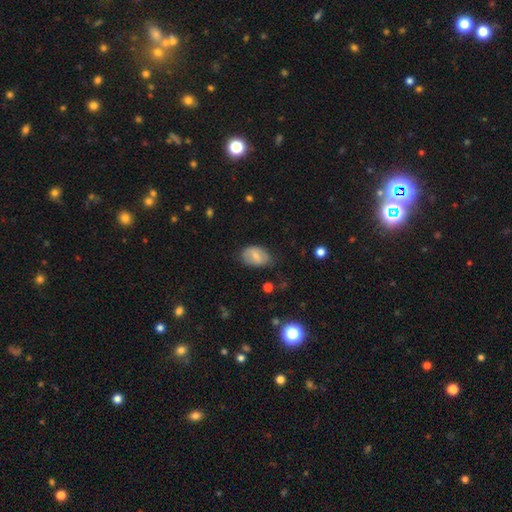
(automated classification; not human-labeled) smooth 62%, featured or disk 30%, star or artifact 8%. Down the decision tree: how rounded — in between (85%); merging — none (65%).